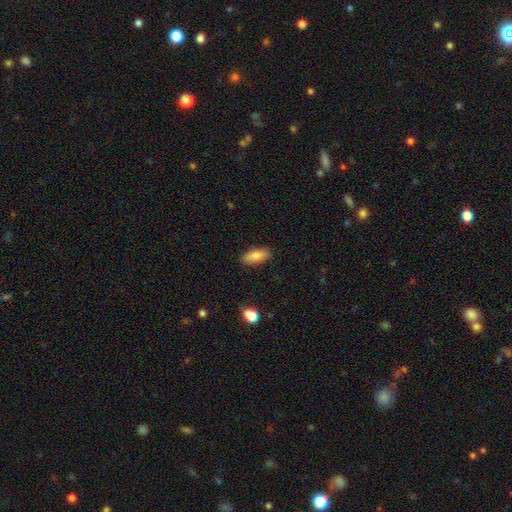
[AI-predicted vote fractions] Q: Smooth or featured?
A: smooth (81%); runner-up: featured or disk (12%)
Q: How rounded?
A: in between (76%); runner-up: cigar-shaped (21%)
Q: Merging?
A: none (85%); runner-up: minor disturbance (11%)